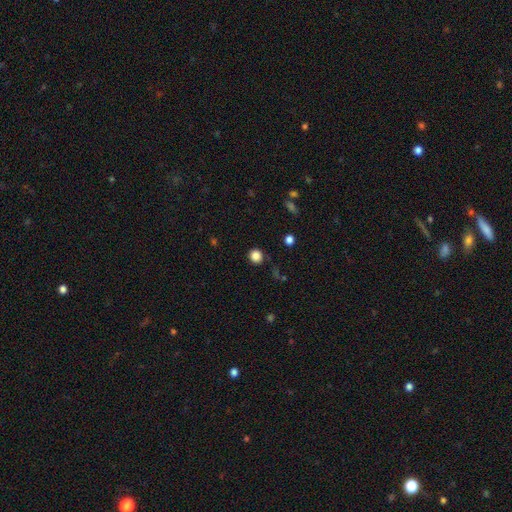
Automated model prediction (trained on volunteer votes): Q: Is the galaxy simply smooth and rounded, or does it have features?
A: smooth — 84%.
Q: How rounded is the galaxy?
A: round — 91%.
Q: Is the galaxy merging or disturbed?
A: none — 87%.